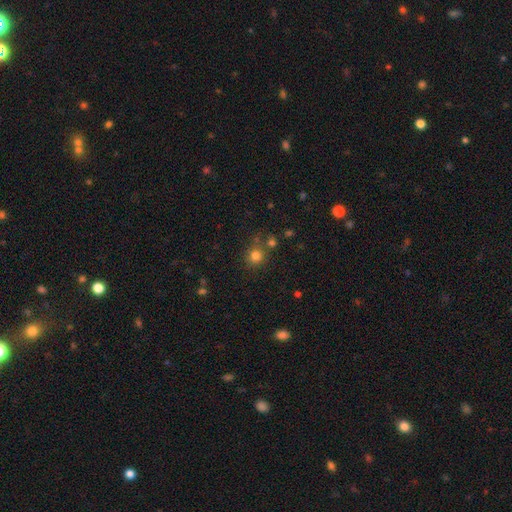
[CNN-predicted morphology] Smooth or featured?
  - smooth: 78% *
  - star or artifact: 16%
  - featured or disk: 6%
How rounded?
  - round: 90% *
  - in between: 9%
  - cigar-shaped: 1%
Merging?
  - none: 72% *
  - merger: 14%
  - minor disturbance: 10%
  - major disturbance: 4%